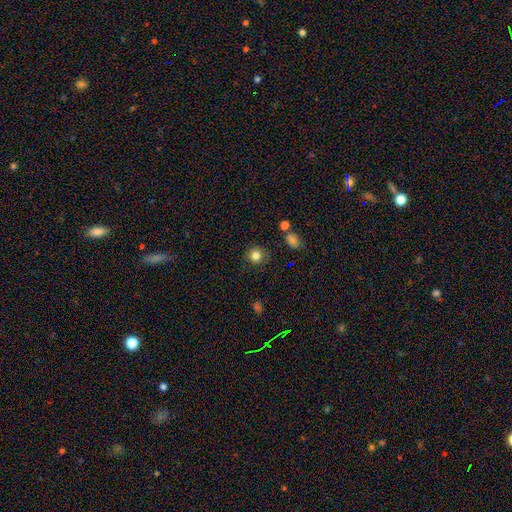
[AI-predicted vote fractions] smooth-or-featured: smooth: 83% | star or artifact: 12% | featured or disk: 6%
  how-rounded: round: 91% | in between: 8% | cigar-shaped: 1%
  merging: none: 87% | minor disturbance: 8% | major disturbance: 2% | merger: 2%